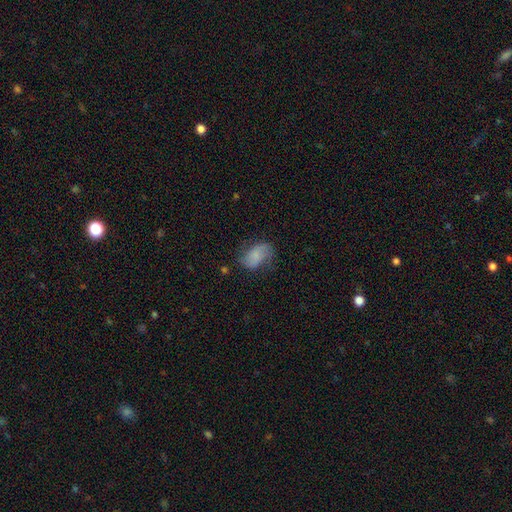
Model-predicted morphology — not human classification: The model was most divided on "merging": none: 56%, minor disturbance: 28%, major disturbance: 14%, merger: 2%. More confident: how rounded — in between (88%); smooth or featured — smooth (60%).